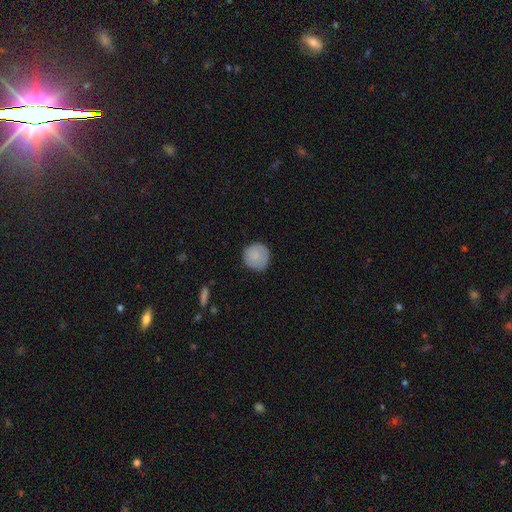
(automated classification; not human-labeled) smooth_or_featured: smooth (p=0.85) [alt: featured or disk p=0.07]
how_rounded: round (p=0.94) [alt: in between p=0.05]
merging: none (p=0.84) [alt: minor disturbance p=0.13]